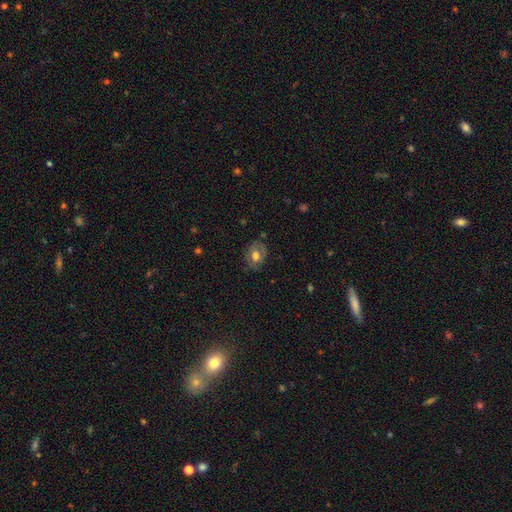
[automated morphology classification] type=smooth (54%); roundness=in between (57%); merging=none (74%).